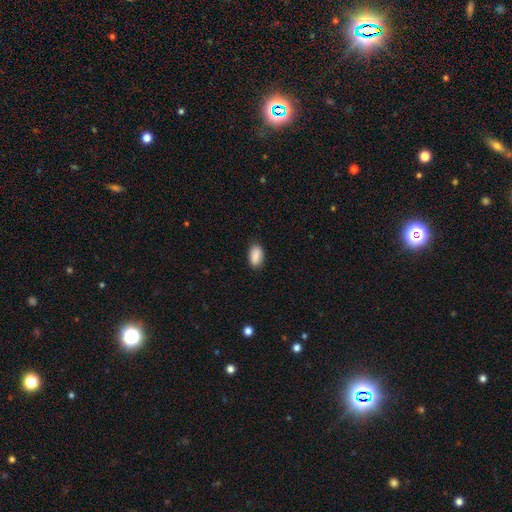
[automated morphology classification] type=smooth (89%); roundness=in between (92%); merging=none (85%).